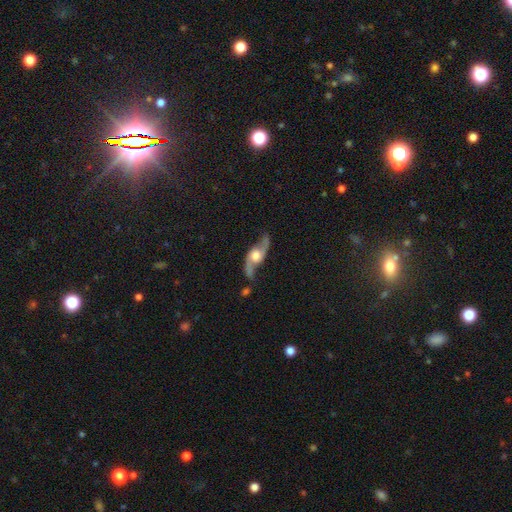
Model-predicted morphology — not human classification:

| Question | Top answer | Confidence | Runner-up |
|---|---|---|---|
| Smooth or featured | featured or disk | 85% | smooth (10%) |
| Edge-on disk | no | 82% | yes (18%) |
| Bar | no | 68% | weak (25%) |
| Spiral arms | yes | 93% | no (7%) |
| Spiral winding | loose | 73% | medium (22%) |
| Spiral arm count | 2 | 93% | can't tell (2%) |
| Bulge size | moderate | 51% | large (34%) |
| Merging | none | 71% | minor disturbance (17%) |